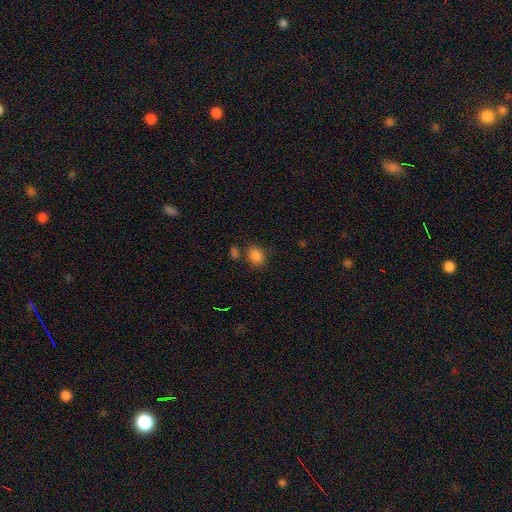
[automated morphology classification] type=smooth (85%); roundness=round (55%); merging=none (71%).